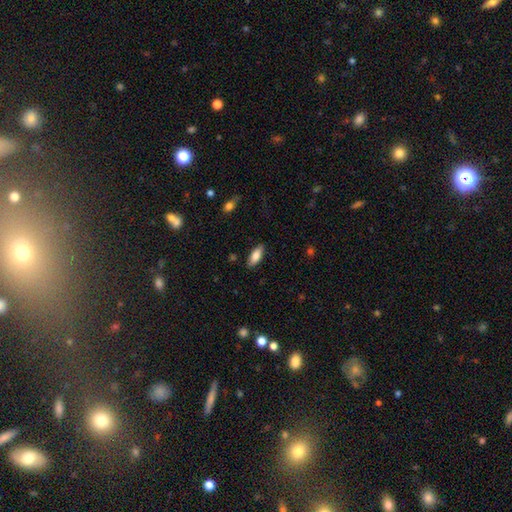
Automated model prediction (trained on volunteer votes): A smooth galaxy with no disk features (84%) that is in between round and cigar-shaped (80%). Merging: none (87%).